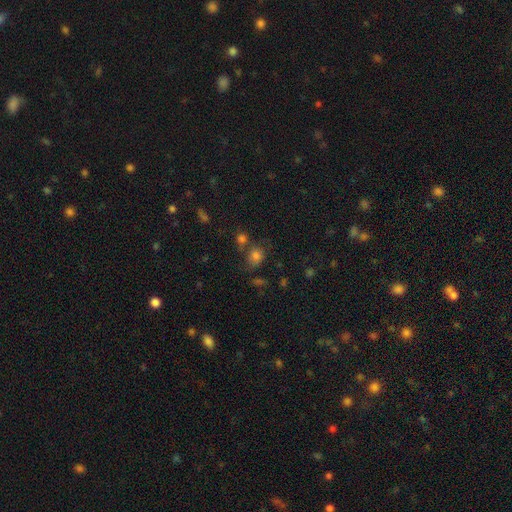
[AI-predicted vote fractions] Q: Smooth or featured?
A: smooth (76%); runner-up: star or artifact (15%)
Q: How rounded?
A: round (64%); runner-up: in between (35%)
Q: Merging?
A: none (56%); runner-up: merger (22%)